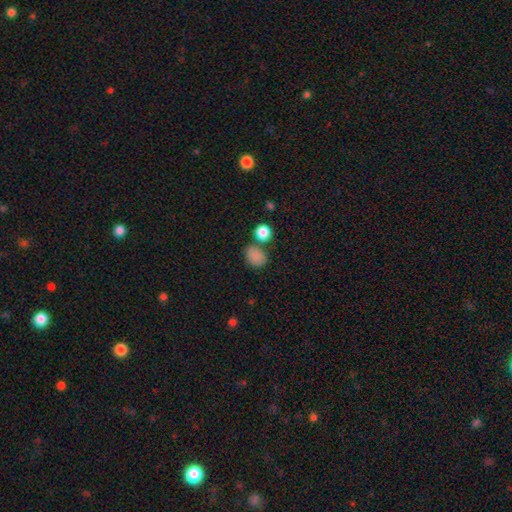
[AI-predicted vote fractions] smooth-or-featured: smooth: 83% | star or artifact: 12% | featured or disk: 5%
  how-rounded: in between: 53% | round: 46% | cigar-shaped: 1%
  merging: none: 62% | merger: 18% | minor disturbance: 15% | major disturbance: 5%